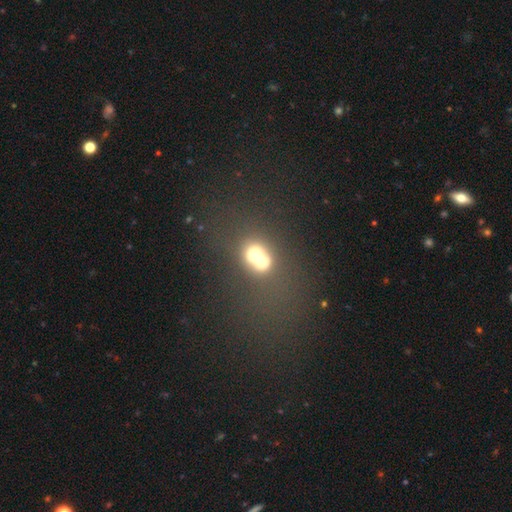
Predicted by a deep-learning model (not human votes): smooth-or-featured: smooth: 56% | featured or disk: 28% | star or artifact: 16%
  how-rounded: round: 51% | in between: 47% | cigar-shaped: 2%
  merging: merger: 66% | none: 21% | minor disturbance: 7% | major disturbance: 6%